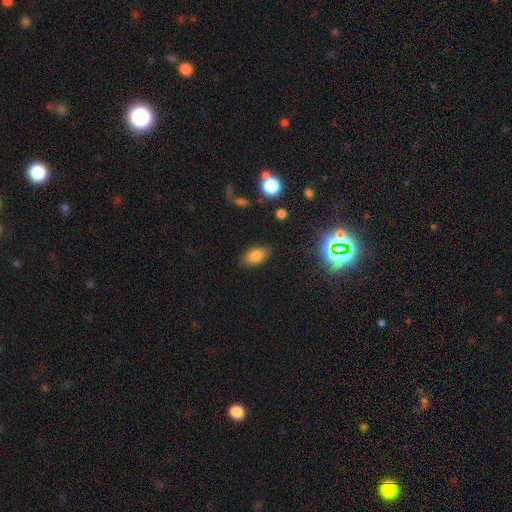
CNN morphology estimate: The model was most divided on "smooth or featured": smooth: 80%, star or artifact: 12%, featured or disk: 9%. More confident: how rounded — in between (91%); merging — none (85%).